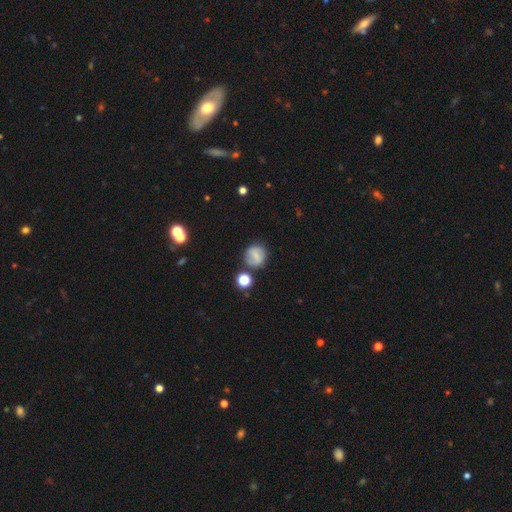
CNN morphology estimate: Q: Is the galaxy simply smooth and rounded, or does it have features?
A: smooth — 60%.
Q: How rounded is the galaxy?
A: round — 84%.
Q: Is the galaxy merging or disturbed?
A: none — 71%.